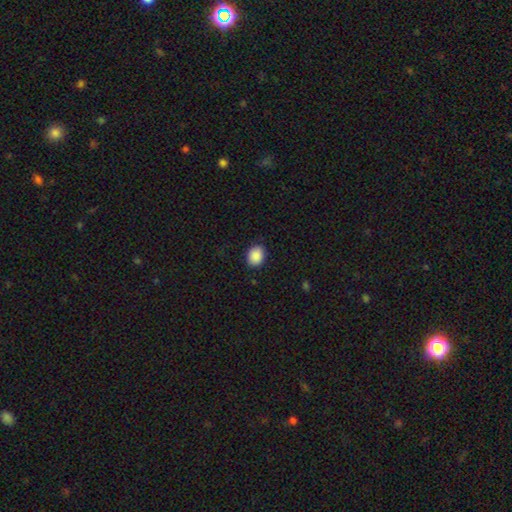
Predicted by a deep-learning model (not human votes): A smooth galaxy with no disk features (89%) that is in between round and cigar-shaped (51%).

Vote fractions:
- Smooth or featured? smooth: 89% / star or artifact: 8% / featured or disk: 3%
- How rounded? in between: 51% / round: 48% / cigar-shaped: 1%
- Merging? none: 87% / minor disturbance: 10% / major disturbance: 2% / merger: 1%